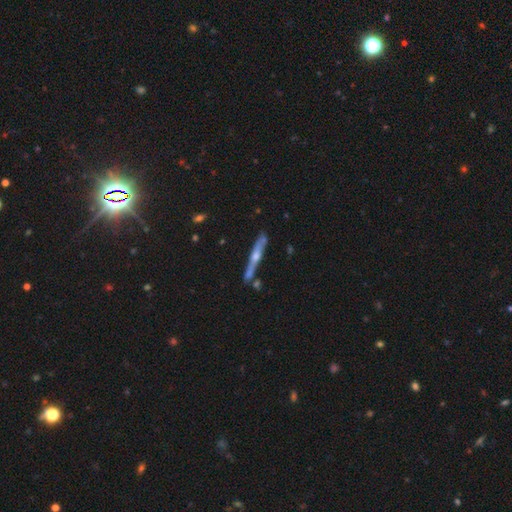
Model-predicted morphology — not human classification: The model was most divided on "smooth or featured": featured or disk: 71%, smooth: 23%, star or artifact: 6%. More confident: edge-on disk — yes (95%); edge-on bulge — rounded (82%); merging — none (77%).